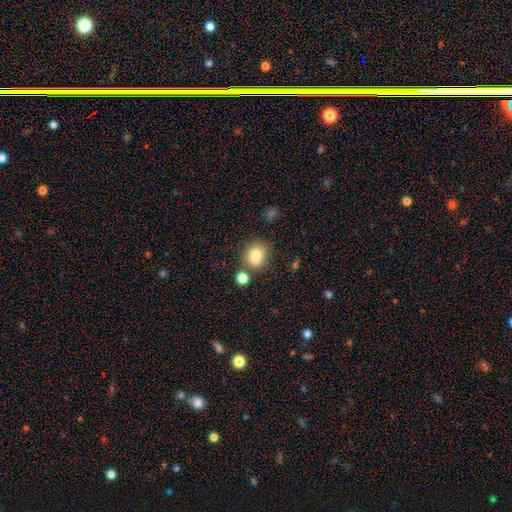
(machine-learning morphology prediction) Smooth or featured: smooth — 79% (star or artifact — 11%)
How rounded: round — 73% (in between — 26%)
Merging: none — 69% (merger — 15%)